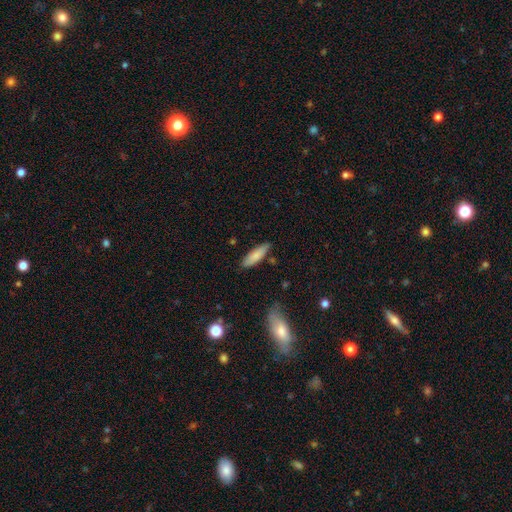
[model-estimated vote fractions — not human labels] smooth-or-featured: smooth: 81% | featured or disk: 14% | star or artifact: 6%
  how-rounded: cigar-shaped: 53% | in between: 46% | round: 2%
  merging: none: 81% | minor disturbance: 14% | merger: 3% | major disturbance: 2%